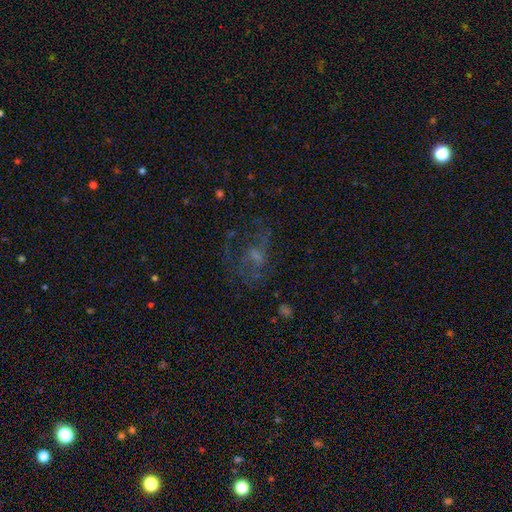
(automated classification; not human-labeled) Morphology: type=featured or disk (52%); edge-on=no (96%); merging=none (49%).